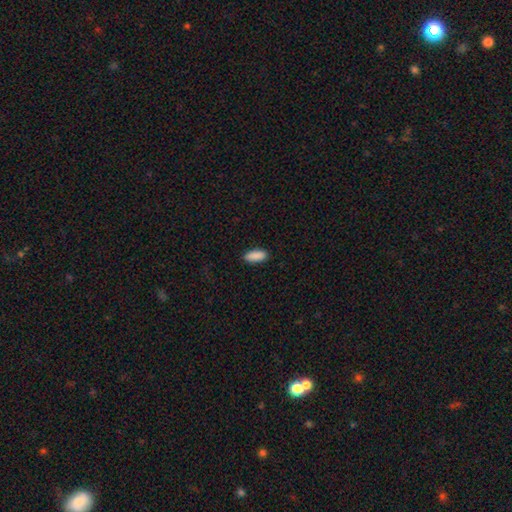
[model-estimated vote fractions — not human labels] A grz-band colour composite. It shows a smooth galaxy with no disk features (90%) that is in between round and cigar-shaped (77%). Merging: none (88%).